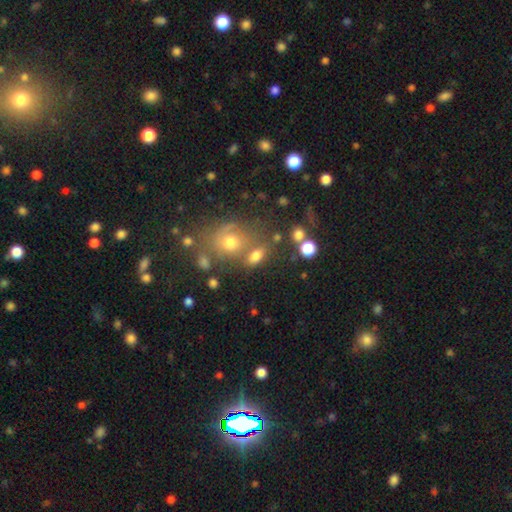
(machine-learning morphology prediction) Smooth or featured?
  - smooth: 72% *
  - star or artifact: 14%
  - featured or disk: 14%
How rounded?
  - in between: 70% *
  - round: 27%
  - cigar-shaped: 4%
Merging?
  - none: 53% *
  - merger: 26%
  - minor disturbance: 14%
  - major disturbance: 8%